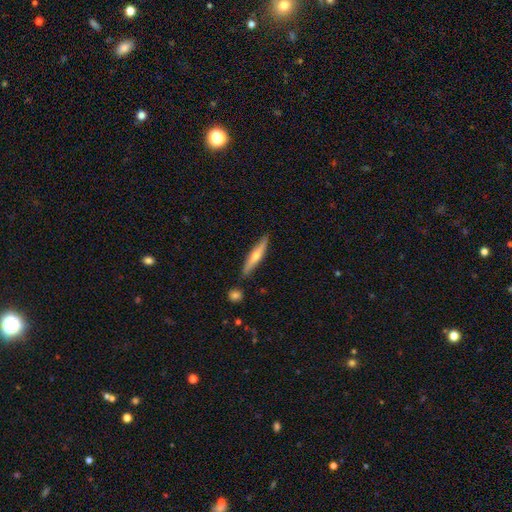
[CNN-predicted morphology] Q: Smooth or featured?
A: featured or disk (53%); runner-up: smooth (41%)
Q: Edge-on disk?
A: yes (93%); runner-up: no (7%)
Q: Merging?
A: none (86%); runner-up: minor disturbance (10%)